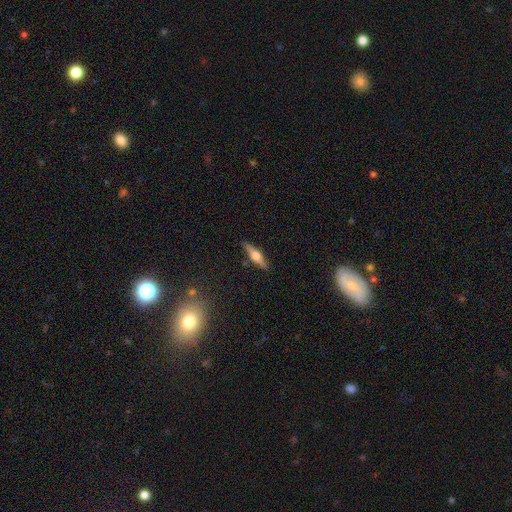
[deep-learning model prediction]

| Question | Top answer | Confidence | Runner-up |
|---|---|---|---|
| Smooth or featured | featured or disk | 64% | smooth (29%) |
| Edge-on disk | yes | 96% | no (4%) |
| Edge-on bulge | rounded | 90% | boxy (7%) |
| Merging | none | 87% | minor disturbance (10%) |